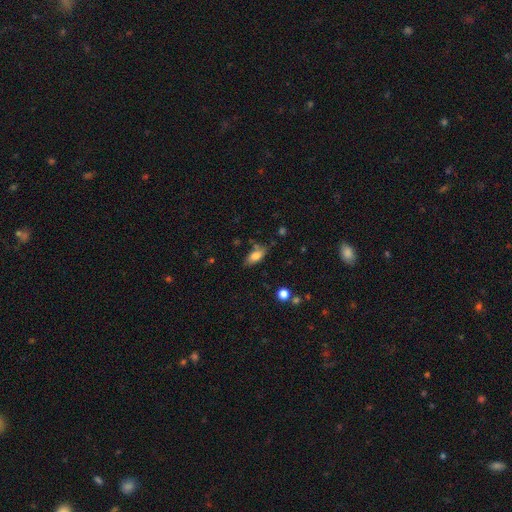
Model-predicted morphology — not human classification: Smooth or featured? smooth (77%)
How rounded? in between (85%)
Merging? none (68%)